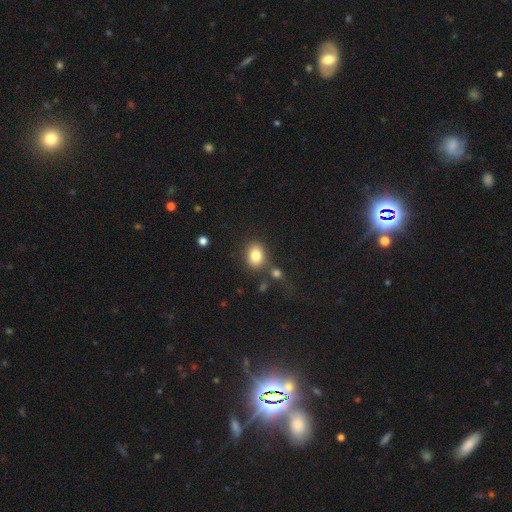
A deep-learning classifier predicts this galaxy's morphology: smooth 82%, star or artifact 10%, featured or disk 9%. Down the decision tree: how rounded — round (50%); merging — none (73%).